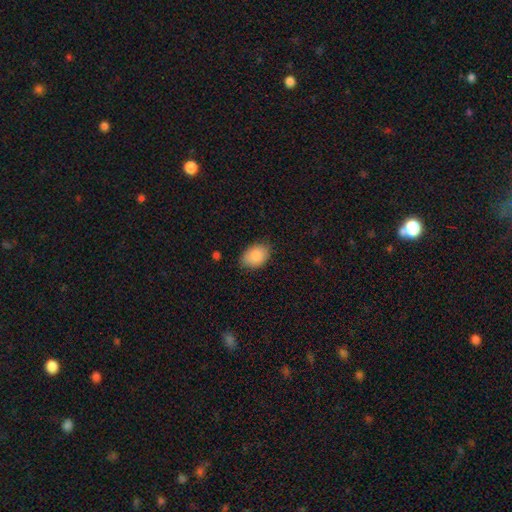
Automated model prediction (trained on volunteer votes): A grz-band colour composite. It shows a smooth galaxy with no disk features (88%) that is in between round and cigar-shaped (83%). Merging: none (82%).